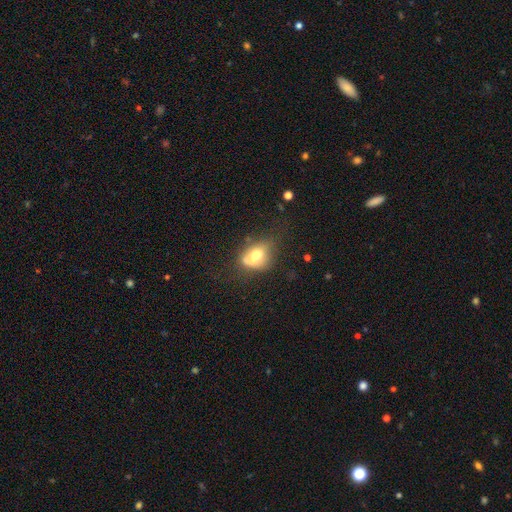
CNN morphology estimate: A smooth galaxy with no disk features (59%) that is in between round and cigar-shaped (63%). Merging: none (32%).